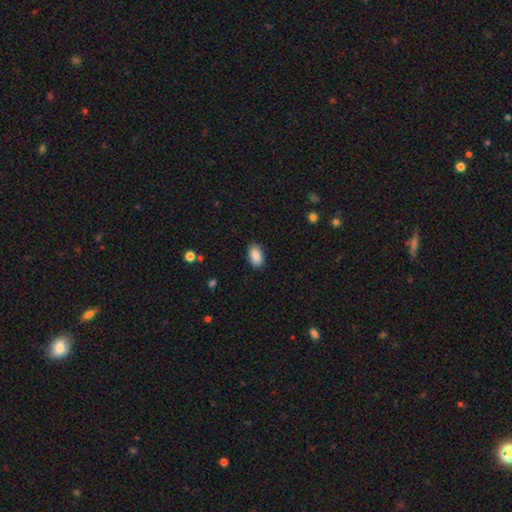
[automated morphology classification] This is clearly a smooth galaxy (90%). How rounded: clearly in between (93%). Merging: clearly none (87%).